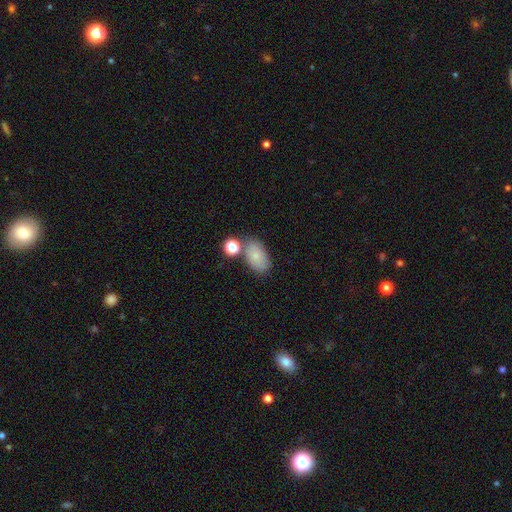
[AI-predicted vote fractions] Smooth or featured: smooth — 80% (featured or disk — 11%)
How rounded: in between — 90% (round — 8%)
Merging: none — 64% (minor disturbance — 17%)